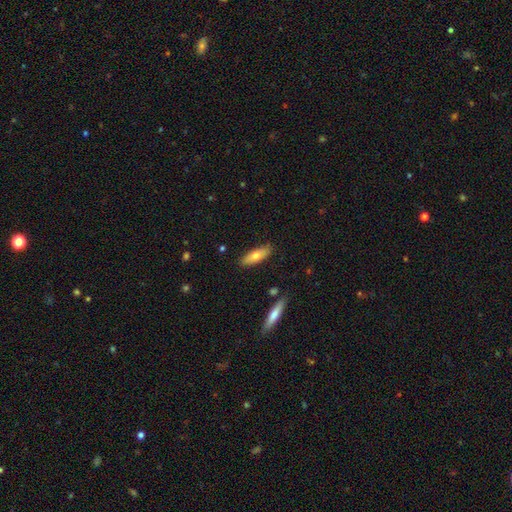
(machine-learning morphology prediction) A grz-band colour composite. It shows a smooth galaxy with no disk features (68%) that is in between round and cigar-shaped (53%). Merging: none (86%).